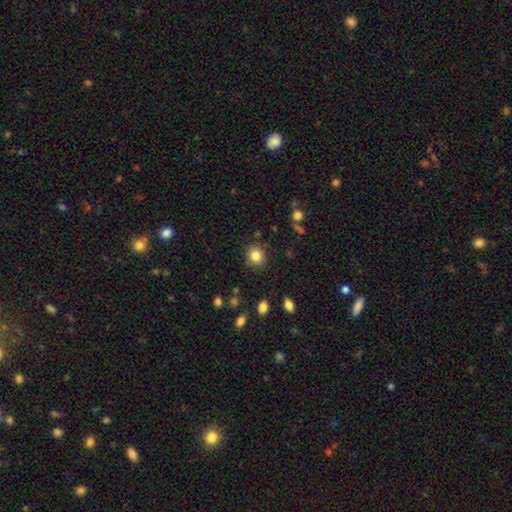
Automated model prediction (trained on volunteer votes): Smooth or featured? smooth (84%)
How rounded? round (81%)
Merging? none (87%)